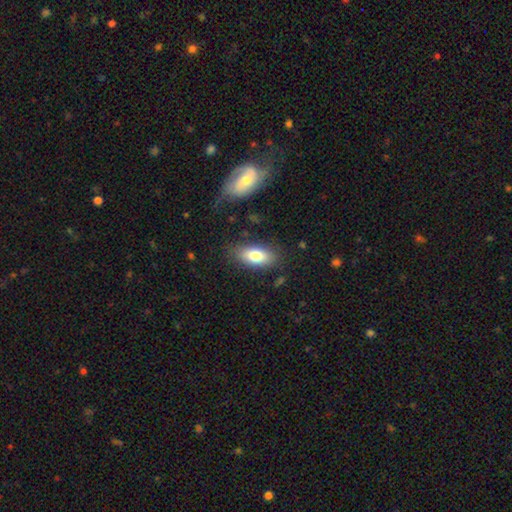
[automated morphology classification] Smooth or featured? smooth (77%)
How rounded? in between (87%)
Merging? none (82%)